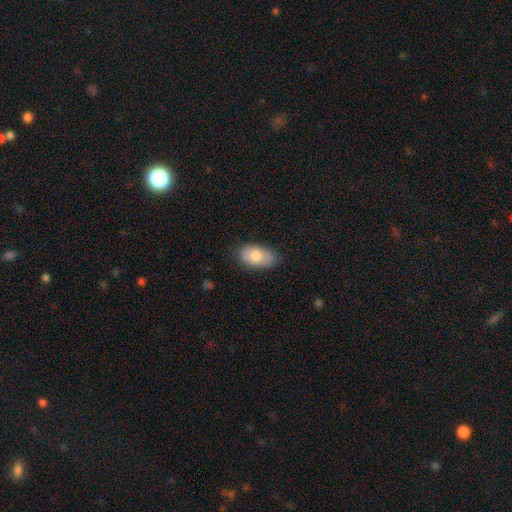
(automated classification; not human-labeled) Smooth or featured? Predicted: smooth (p=0.75). How rounded? Predicted: in between (p=0.92). Merging? Predicted: none (p=0.76).